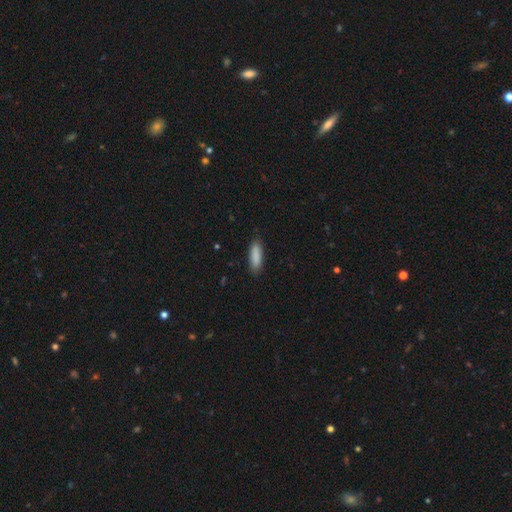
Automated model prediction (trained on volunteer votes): Smooth or featured?
  - smooth: 89% *
  - star or artifact: 6%
  - featured or disk: 5%
How rounded?
  - in between: 54% *
  - cigar-shaped: 45%
  - round: 2%
Merging?
  - none: 87% *
  - minor disturbance: 10%
  - major disturbance: 2%
  - merger: 1%